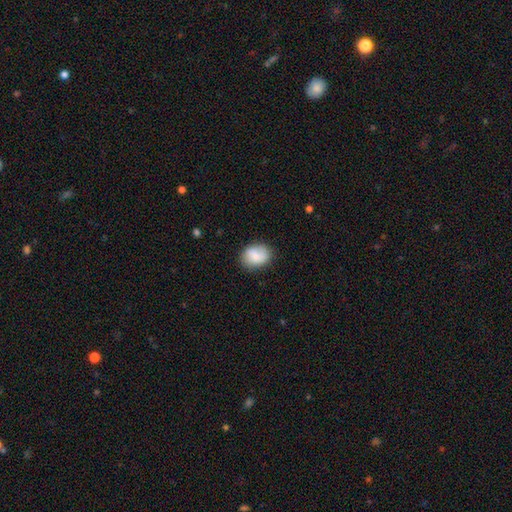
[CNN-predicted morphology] This appears to be a smooth galaxy with no disk features (79%) that is in between round and cigar-shaped (62%). Merging: none (76%).